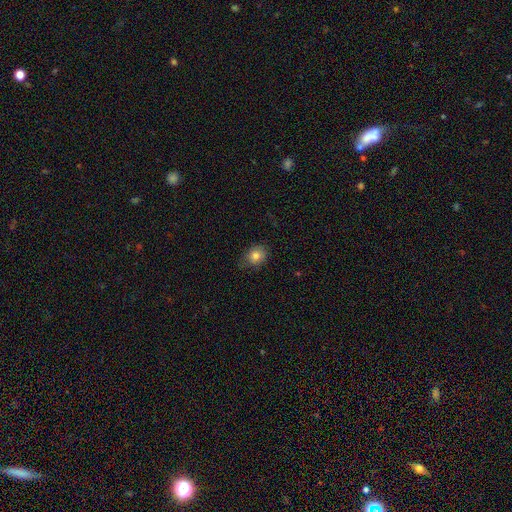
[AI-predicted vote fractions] The model was most divided on "how rounded": round: 57%, in between: 42%, cigar-shaped: 1%. More confident: smooth or featured — smooth (82%); merging — none (74%).